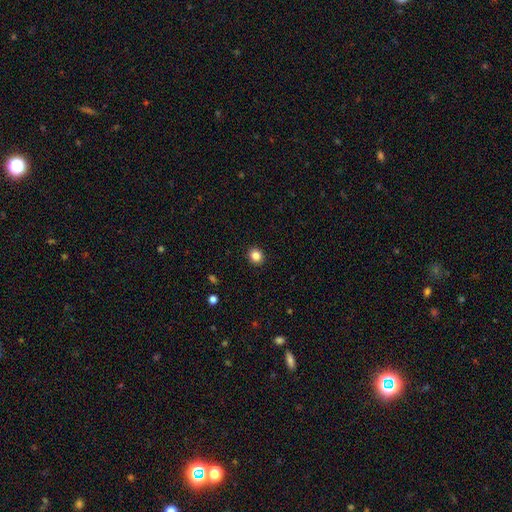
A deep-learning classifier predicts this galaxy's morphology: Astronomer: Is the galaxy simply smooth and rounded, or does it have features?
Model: smooth — 85%.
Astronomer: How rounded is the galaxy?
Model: round — 87%.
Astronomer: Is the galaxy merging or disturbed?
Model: none — 92%.